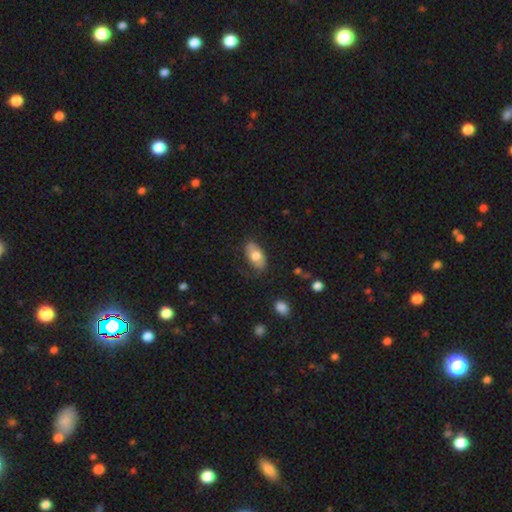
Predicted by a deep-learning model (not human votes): smooth_or_featured: smooth (p=0.70) [alt: featured or disk p=0.23]
how_rounded: in between (p=0.92) [alt: round p=0.05]
merging: none (p=0.72) [alt: minor disturbance p=0.21]